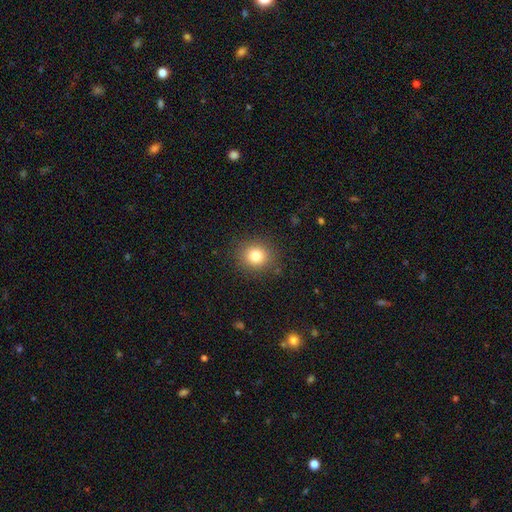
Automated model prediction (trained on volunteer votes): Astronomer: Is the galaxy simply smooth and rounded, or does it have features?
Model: smooth — 81%.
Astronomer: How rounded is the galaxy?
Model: round — 83%.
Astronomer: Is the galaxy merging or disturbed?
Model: none — 88%.